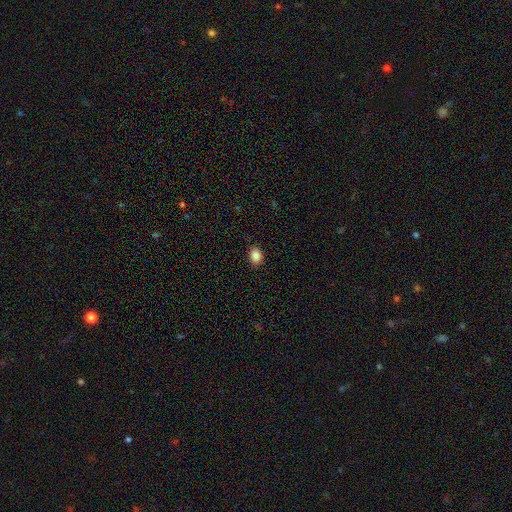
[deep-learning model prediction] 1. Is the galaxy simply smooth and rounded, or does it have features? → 86% smooth, 9% star or artifact, 4% featured or disk.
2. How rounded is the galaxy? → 69% in between, 30% round, 1% cigar-shaped.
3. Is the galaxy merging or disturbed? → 88% none, 9% minor disturbance, 2% major disturbance, 1% merger.